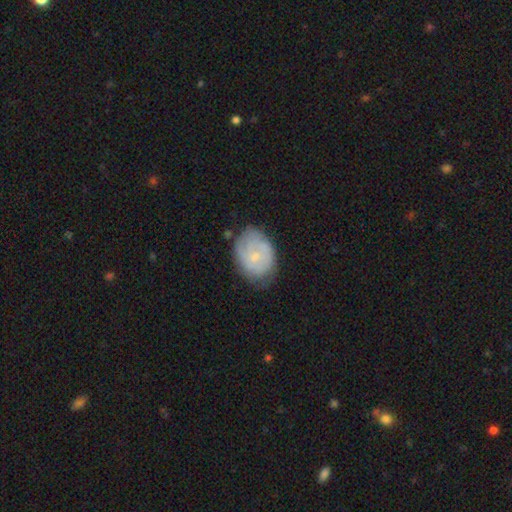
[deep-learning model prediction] featured or disk 48%, smooth 45%, star or artifact 7%. Down the decision tree: merging — none (61%).